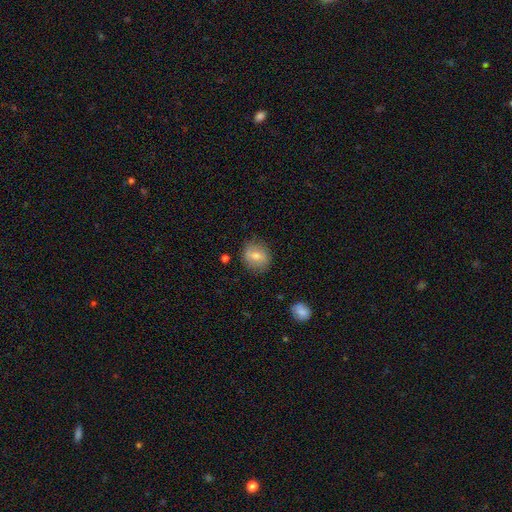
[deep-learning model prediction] Smooth or featured?
  - smooth: 63% *
  - featured or disk: 27%
  - star or artifact: 10%
How rounded?
  - round: 71% *
  - in between: 28%
  - cigar-shaped: 1%
Merging?
  - none: 83% *
  - minor disturbance: 13%
  - major disturbance: 3%
  - merger: 2%